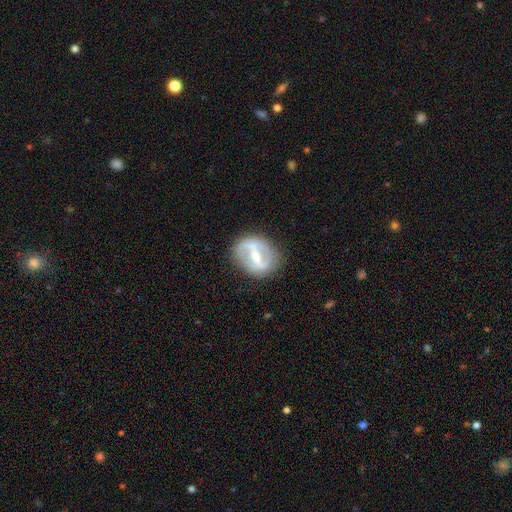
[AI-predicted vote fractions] Morphology: type=featured or disk (78%); edge-on=no (92%); bar=strong (74%); spiral arms=no (52%); bulge=moderate (58%); merging=none (79%).